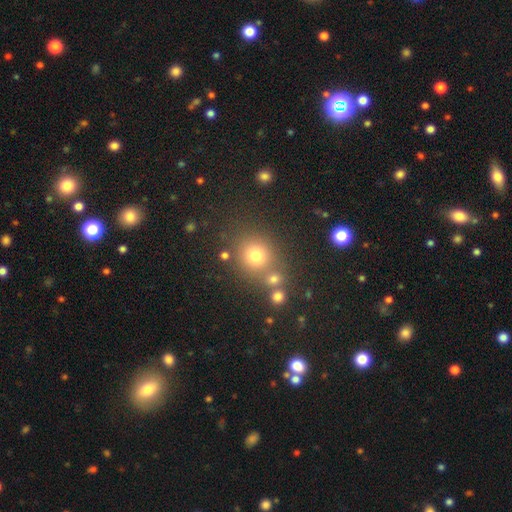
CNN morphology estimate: This is likely a smooth galaxy (72%). How rounded: clearly round (84%). Merging: likely none (69%).